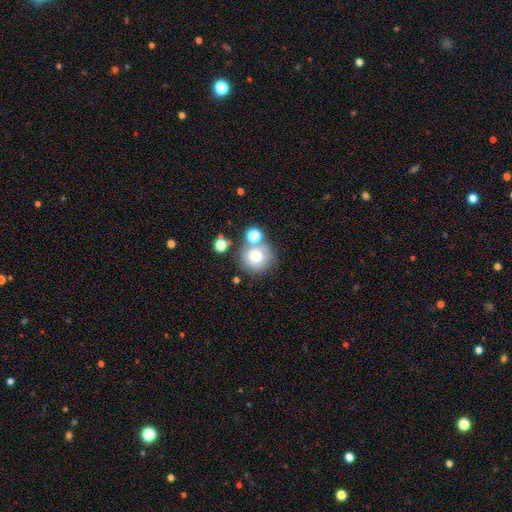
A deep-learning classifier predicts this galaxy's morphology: type=smooth (71%); roundness=round (91%); merging=none (64%).